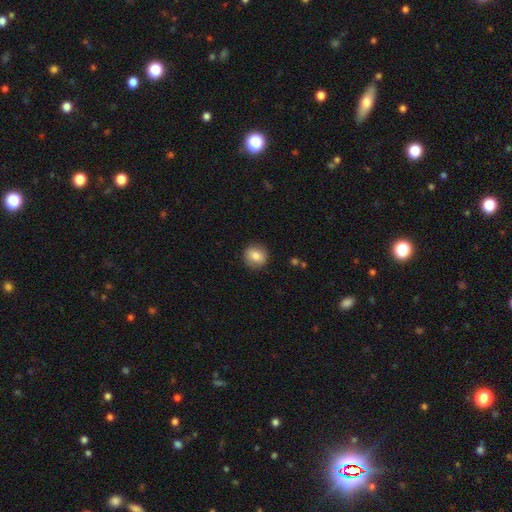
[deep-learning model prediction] A smooth galaxy with no disk features (83%) that is round (85%). Merging: none (90%).